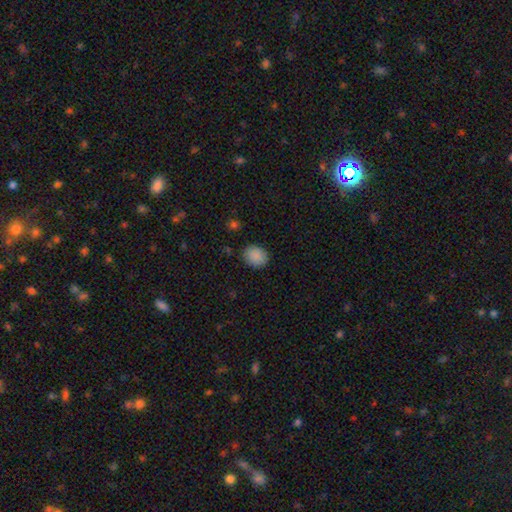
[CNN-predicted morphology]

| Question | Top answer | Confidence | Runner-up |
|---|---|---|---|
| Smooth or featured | smooth | 88% | star or artifact (9%) |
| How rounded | round | 64% | in between (35%) |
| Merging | none | 86% | minor disturbance (10%) |